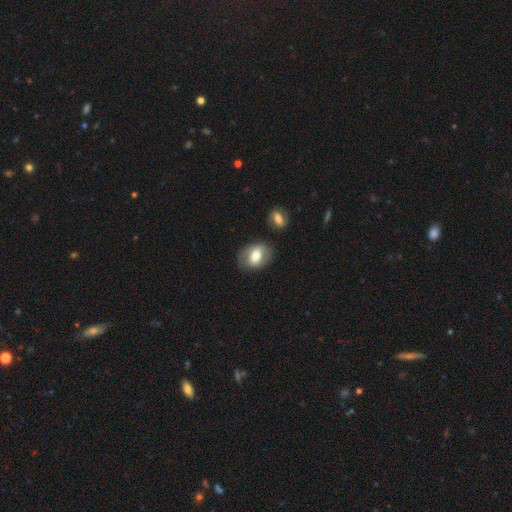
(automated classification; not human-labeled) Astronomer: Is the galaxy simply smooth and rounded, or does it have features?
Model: smooth — 68%.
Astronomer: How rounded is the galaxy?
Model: in between — 73%.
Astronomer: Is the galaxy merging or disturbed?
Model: none — 75%.